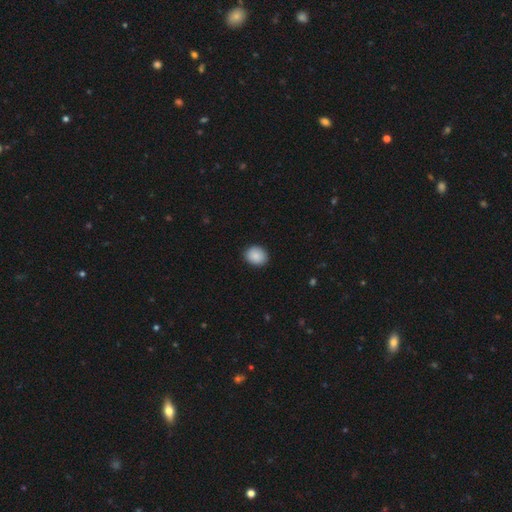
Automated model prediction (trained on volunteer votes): Morphology: type=smooth (89%); roundness=round (55%); merging=none (89%).